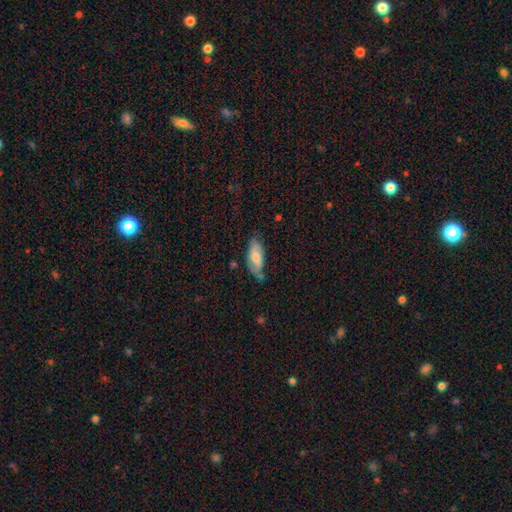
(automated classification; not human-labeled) The model was most divided on "smooth or featured": smooth: 56%, featured or disk: 37%, star or artifact: 7%. More confident: how rounded — in between (81%); merging — none (67%).